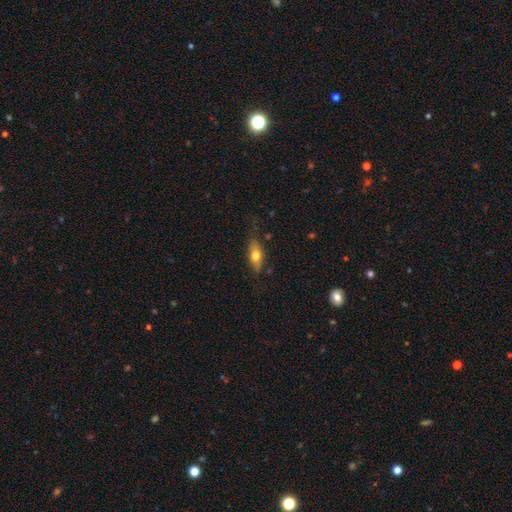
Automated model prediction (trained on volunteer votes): The model was most divided on "smooth or featured": smooth: 63%, featured or disk: 31%, star or artifact: 7%. More confident: merging — none (75%); how rounded — in between (68%).